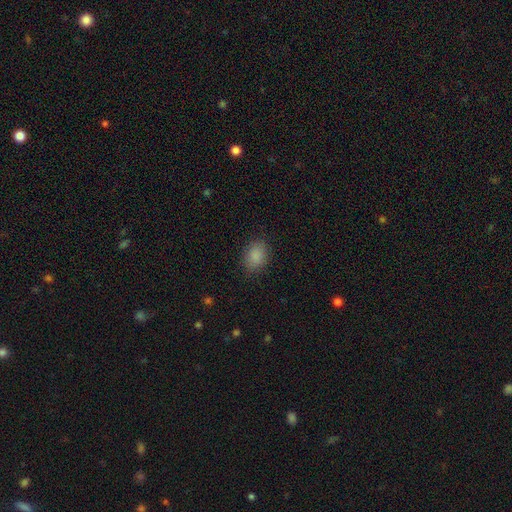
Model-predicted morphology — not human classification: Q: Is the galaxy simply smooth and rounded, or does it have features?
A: smooth — 87%.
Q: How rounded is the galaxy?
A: in between — 71%.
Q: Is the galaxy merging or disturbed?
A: none — 84%.